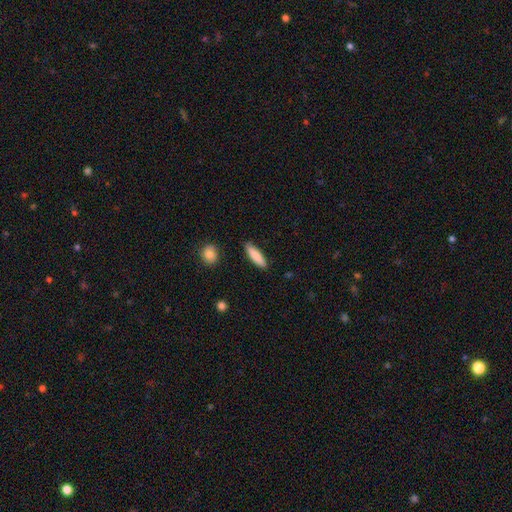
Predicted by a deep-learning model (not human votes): The model was most divided on "how rounded": cigar-shaped: 64%, in between: 35%, round: 2%. More confident: merging — none (87%); smooth or featured — smooth (85%).